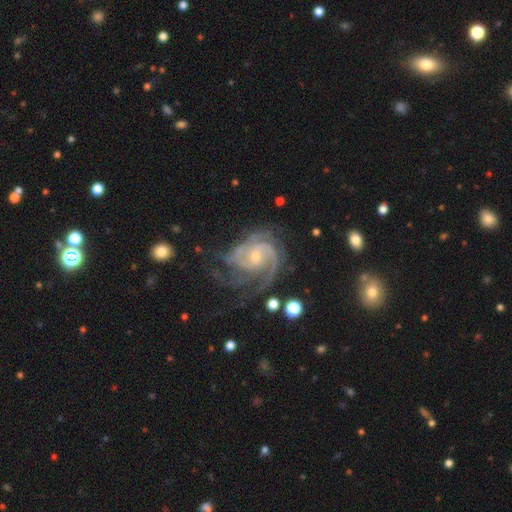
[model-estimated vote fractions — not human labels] Overall: featured or disk (91%). Edge-on disk: no (98%). Bar: no (63%; weak 29%). Spiral arms: yes (98%). Spiral arm count: 3 (33%; 2 28%). Spiral winding: tight (55%; medium 38%). Bulge size: small (64%; moderate 32%). Merging: none (53%; minor disturbance 23%).